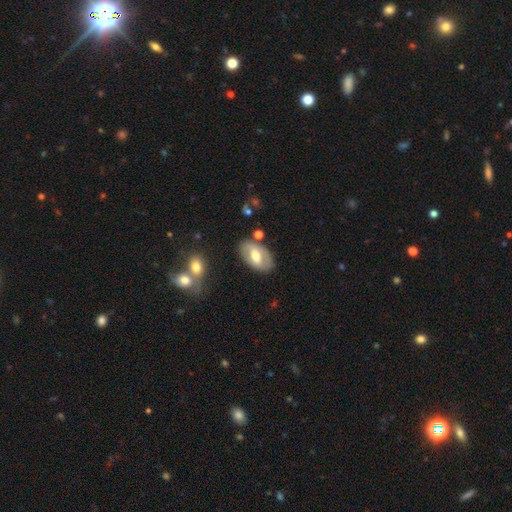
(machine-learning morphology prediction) Q: Smooth or featured?
A: featured or disk (48%); runner-up: smooth (46%)
Q: Merging?
A: none (77%); runner-up: minor disturbance (14%)